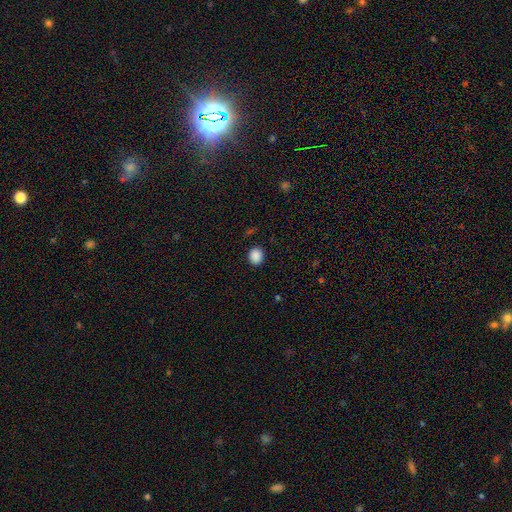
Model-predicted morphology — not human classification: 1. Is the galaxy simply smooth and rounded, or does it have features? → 88% smooth, 9% star or artifact, 3% featured or disk.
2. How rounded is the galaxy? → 63% round, 36% in between, 1% cigar-shaped.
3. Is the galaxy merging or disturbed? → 89% none, 7% minor disturbance, 2% major disturbance, 1% merger.